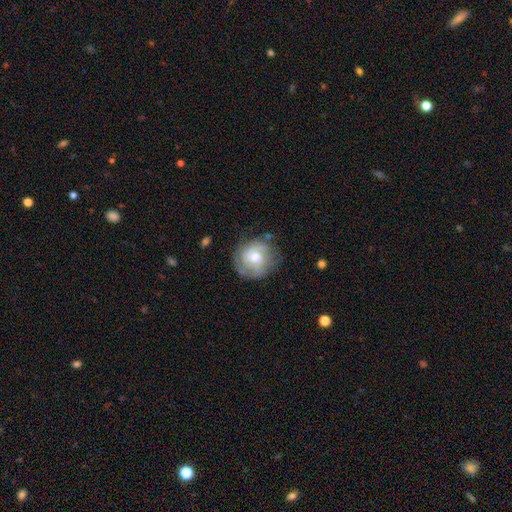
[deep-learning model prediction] This appears to be a featured or disk galaxy (61%) with no bar (73%), spiral arms (79%) and a moderate central bulge (73%). Merging: none (73%).